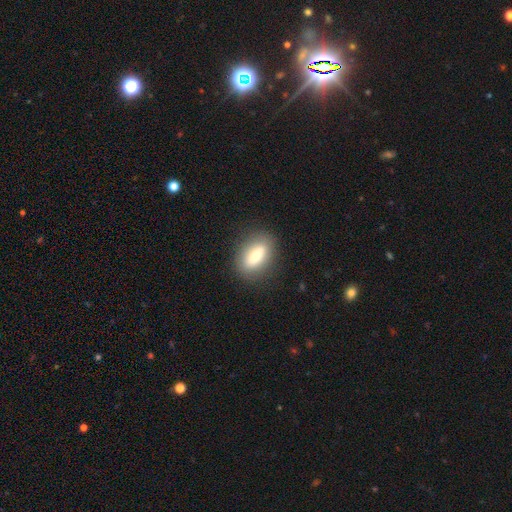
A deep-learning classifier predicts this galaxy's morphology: Smooth or featured: smooth — 71% (featured or disk — 21%)
How rounded: in between — 81% (round — 10%)
Merging: none — 85% (minor disturbance — 10%)